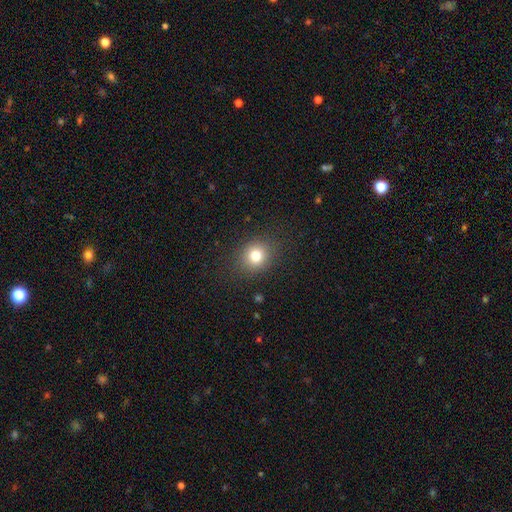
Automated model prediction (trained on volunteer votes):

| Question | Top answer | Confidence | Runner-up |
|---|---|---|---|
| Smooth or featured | smooth | 78% | star or artifact (13%) |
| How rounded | round | 78% | in between (21%) |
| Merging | none | 87% | minor disturbance (8%) |